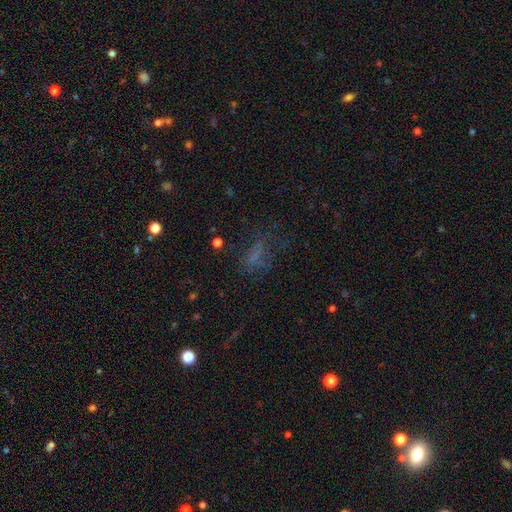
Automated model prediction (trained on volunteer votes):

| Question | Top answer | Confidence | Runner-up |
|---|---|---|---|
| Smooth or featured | smooth | 48% | star or artifact (28%) |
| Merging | none | 46% | major disturbance (30%) |